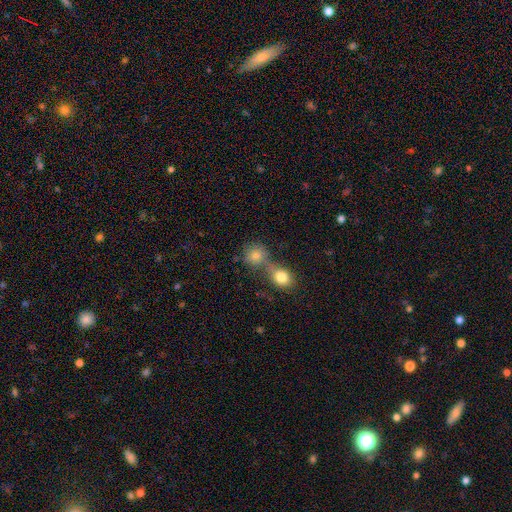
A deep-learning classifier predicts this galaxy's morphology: smooth 78%, star or artifact 11%, featured or disk 10%. Down the decision tree: how rounded — round (82%); merging — merger (53%).